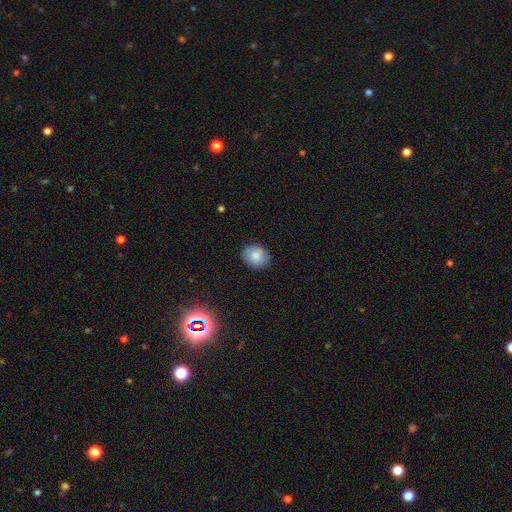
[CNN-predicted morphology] This appears to be a smooth galaxy with no disk features (82%) that is round (57%). Merging: none (87%).